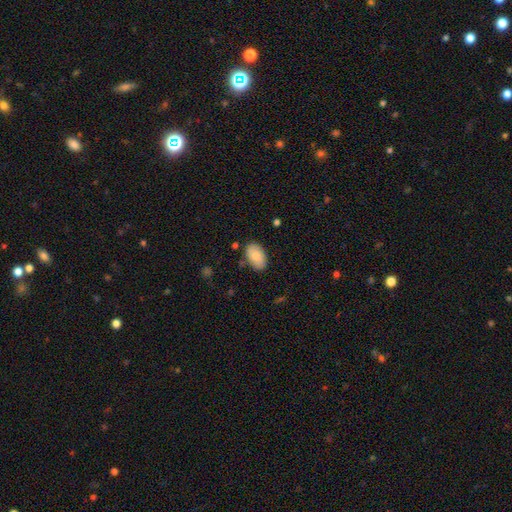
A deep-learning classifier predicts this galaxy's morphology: Smooth or featured? smooth (84%)
How rounded? in between (93%)
Merging? none (81%)